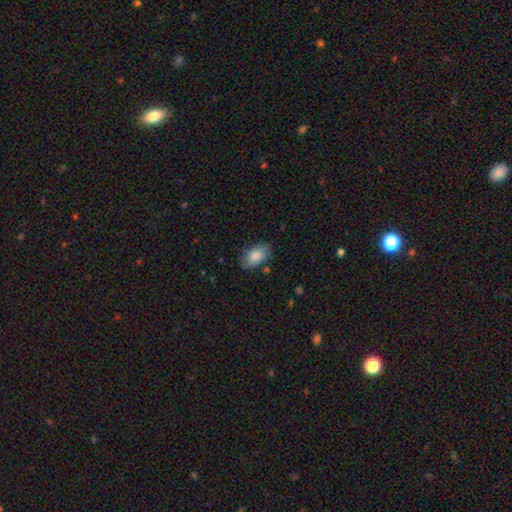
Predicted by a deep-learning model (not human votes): This is clearly a smooth galaxy (83%). How rounded: clearly in between (92%). Merging: likely none (77%).